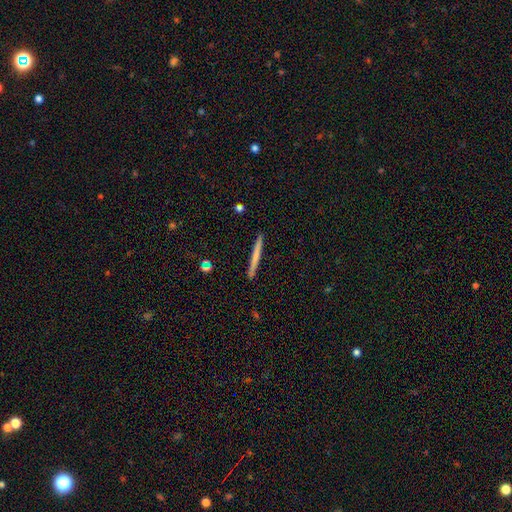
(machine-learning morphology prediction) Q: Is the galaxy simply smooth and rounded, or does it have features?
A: smooth — 60%.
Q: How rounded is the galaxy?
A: cigar-shaped — 97%.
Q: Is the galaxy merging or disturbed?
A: none — 92%.